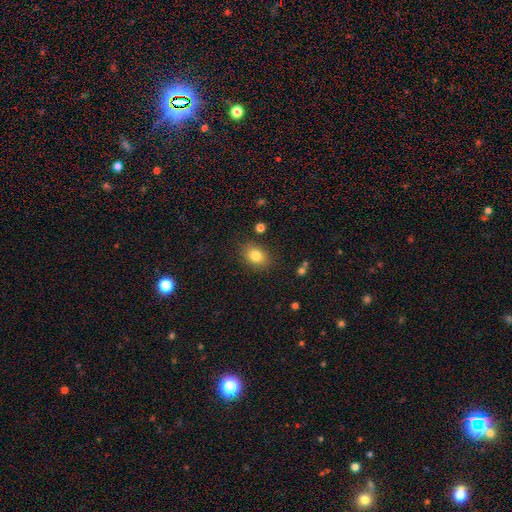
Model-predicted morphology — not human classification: Q: Smooth or featured?
A: smooth (82%); runner-up: star or artifact (10%)
Q: How rounded?
A: in between (69%); runner-up: round (30%)
Q: Merging?
A: none (83%); runner-up: minor disturbance (11%)